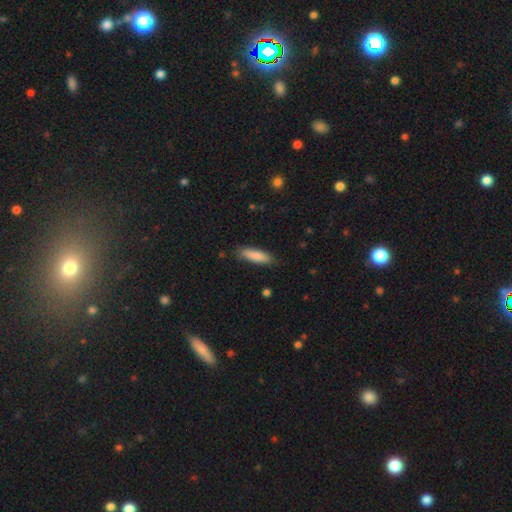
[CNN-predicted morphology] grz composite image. It shows a smooth galaxy with no disk features (85%) that is cigar-shaped (62%). Merging: none (83%).